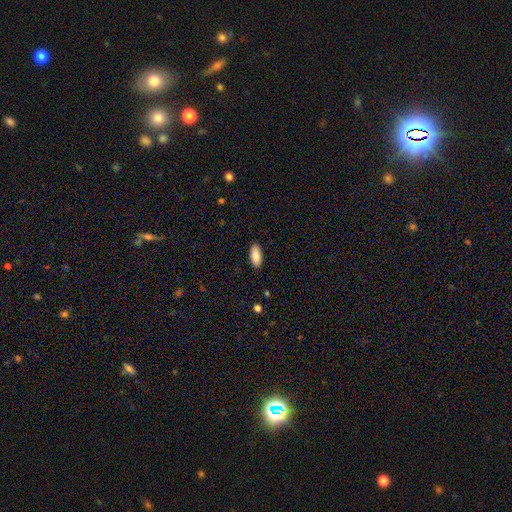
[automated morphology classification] The model was most divided on "how rounded": in between: 87%, cigar-shaped: 11%, round: 2%. More confident: merging — none (89%); smooth or featured — smooth (86%).